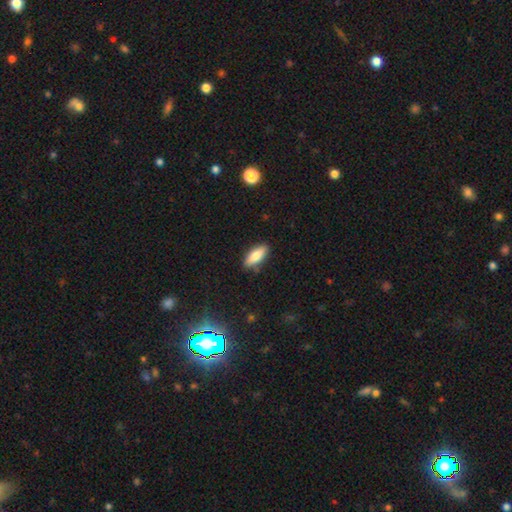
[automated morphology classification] Smooth or featured: smooth — 80% (featured or disk — 14%)
How rounded: in between — 71% (cigar-shaped — 26%)
Merging: none — 85% (minor disturbance — 11%)